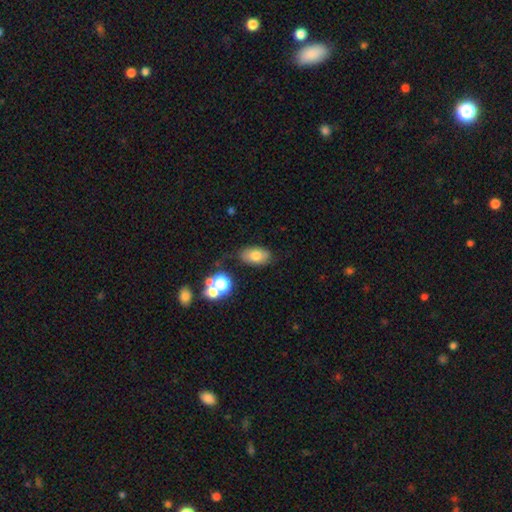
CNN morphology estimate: type=smooth (73%); roundness=in between (89%); merging=none (77%).